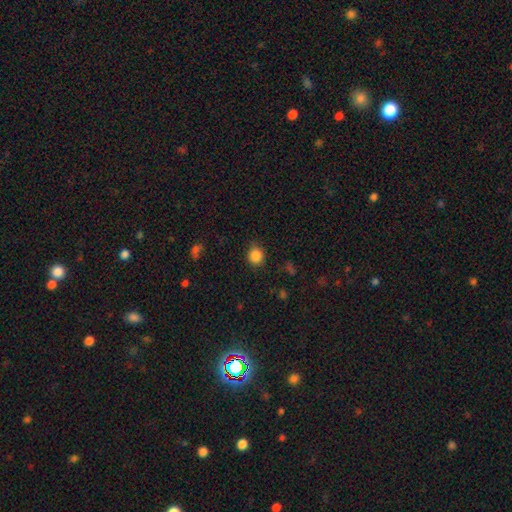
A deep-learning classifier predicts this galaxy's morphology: smooth-or-featured: smooth: 86% | star or artifact: 11% | featured or disk: 3%
  how-rounded: round: 82% | in between: 17% | cigar-shaped: 1%
  merging: none: 83% | minor disturbance: 13% | major disturbance: 3% | merger: 1%